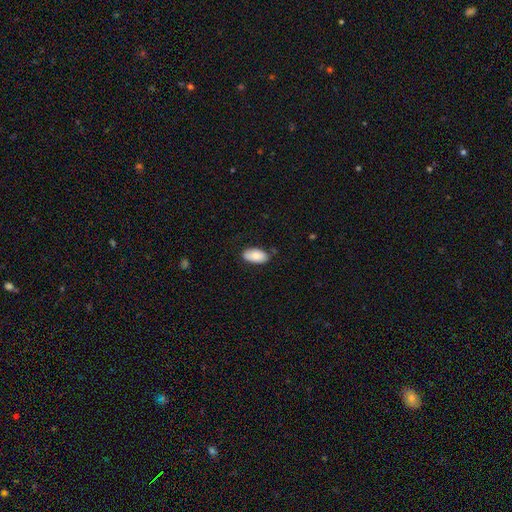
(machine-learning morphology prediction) smooth_or_featured: smooth (p=0.82) [alt: featured or disk p=0.11]
how_rounded: in between (p=0.95) [alt: round p=0.03]
merging: none (p=0.79) [alt: minor disturbance p=0.16]